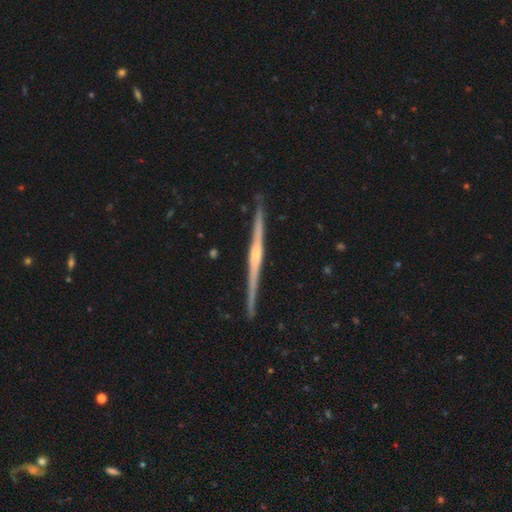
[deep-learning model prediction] A featured or disk galaxy (84%) viewed edge-on (99%) with a rounded central bulge (63%).

Vote fractions:
- Smooth or featured? featured or disk: 84% / smooth: 11% / star or artifact: 5%
- Edge-on disk? yes: 99% / no: 1%
- Edge-on bulge? rounded: 63% / none: 26% / boxy: 11%
- Merging? none: 91% / minor disturbance: 6% / major disturbance: 1% / merger: 1%